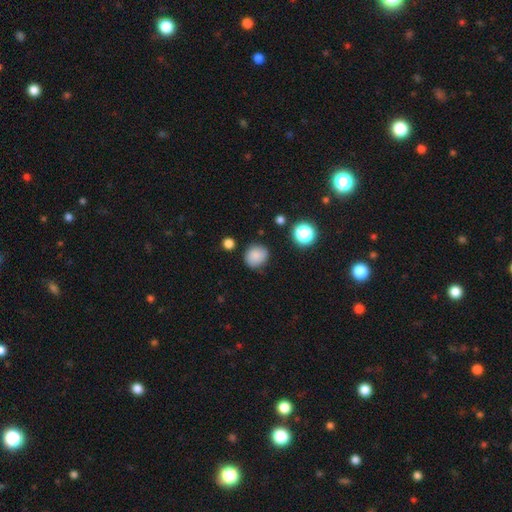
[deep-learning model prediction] smooth-or-featured: smooth: 82% | star or artifact: 11% | featured or disk: 7%
  how-rounded: round: 81% | in between: 18% | cigar-shaped: 1%
  merging: none: 80% | minor disturbance: 15% | major disturbance: 3% | merger: 2%